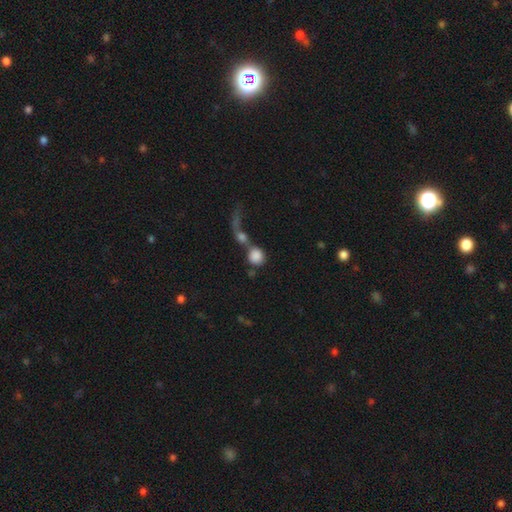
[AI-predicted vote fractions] Q: Smooth or featured?
A: smooth (82%); runner-up: featured or disk (10%)
Q: How rounded?
A: round (85%); runner-up: in between (13%)
Q: Merging?
A: merger (59%); runner-up: none (22%)